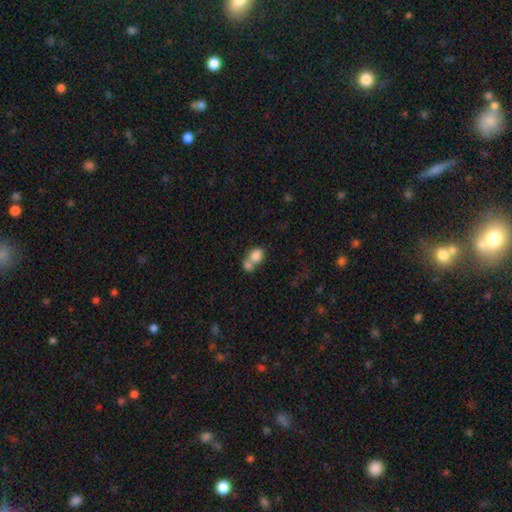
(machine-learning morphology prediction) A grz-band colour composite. It shows a smooth galaxy with no disk features (80%) that is round (50%). Merging: merger (63%).